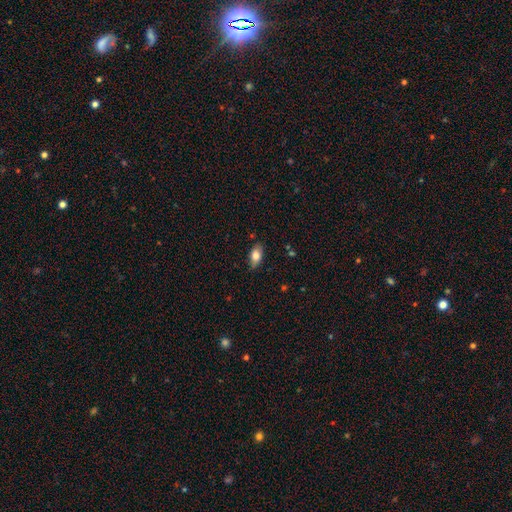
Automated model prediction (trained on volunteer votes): This appears to be a smooth galaxy with no disk features (79%) that is in between round and cigar-shaped (89%). Merging: none (81%).